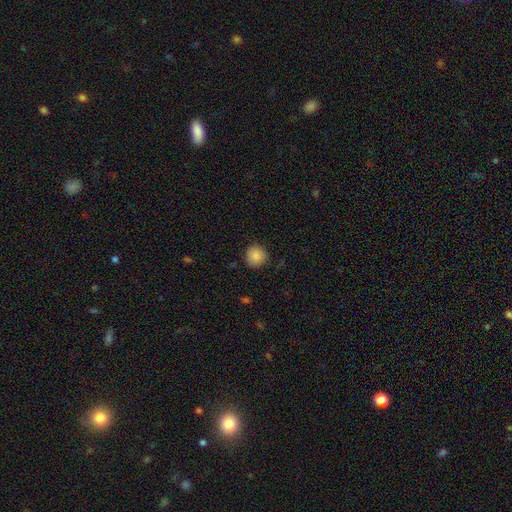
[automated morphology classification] Smooth or featured: smooth — 87% (star or artifact — 9%)
How rounded: round — 92% (in between — 7%)
Merging: none — 84% (minor disturbance — 12%)